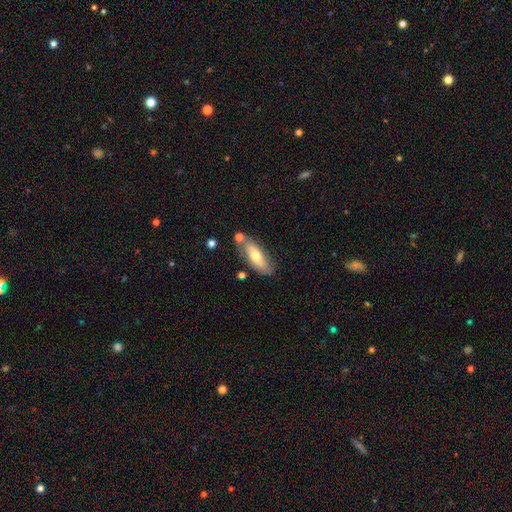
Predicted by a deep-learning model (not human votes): Smooth or featured?
  - smooth: 57% *
  - featured or disk: 37%
  - star or artifact: 6%
How rounded?
  - in between: 68% *
  - cigar-shaped: 29%
  - round: 2%
Merging?
  - none: 66% *
  - minor disturbance: 19%
  - merger: 11%
  - major disturbance: 5%